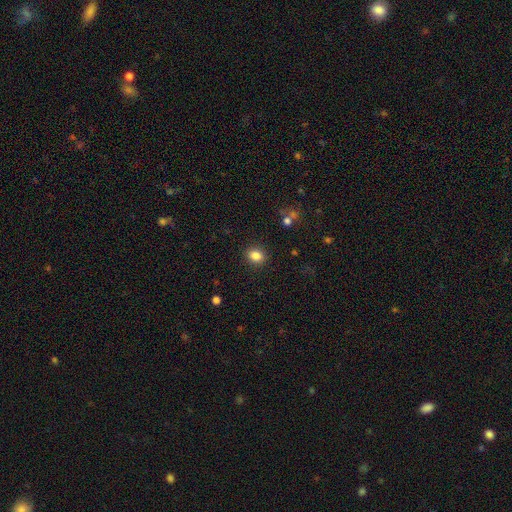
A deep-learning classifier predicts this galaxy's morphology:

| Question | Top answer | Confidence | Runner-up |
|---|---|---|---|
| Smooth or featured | smooth | 84% | star or artifact (10%) |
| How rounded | round | 57% | in between (42%) |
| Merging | none | 89% | minor disturbance (7%) |